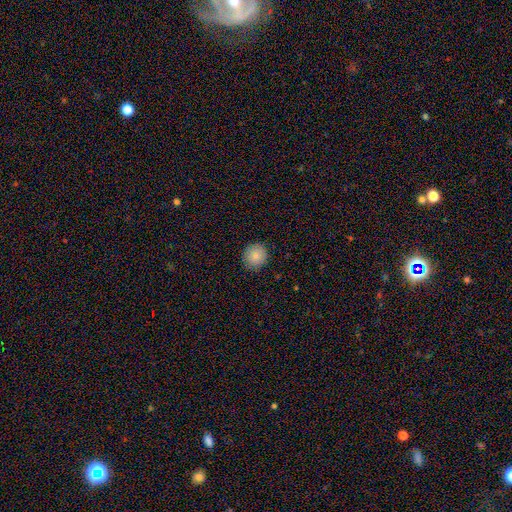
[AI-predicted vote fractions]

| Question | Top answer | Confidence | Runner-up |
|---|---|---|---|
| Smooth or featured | smooth | 84% | star or artifact (9%) |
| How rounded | round | 87% | in between (12%) |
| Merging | none | 90% | minor disturbance (7%) |